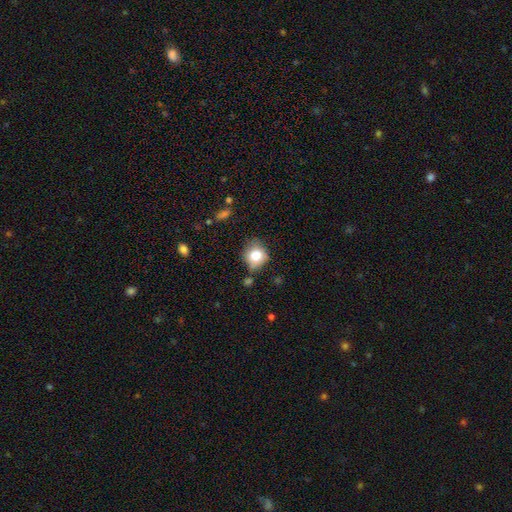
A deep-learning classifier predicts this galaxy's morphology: Overall: smooth (79%). How rounded: round (71%). Merging: none (59%; minor disturbance 27%).